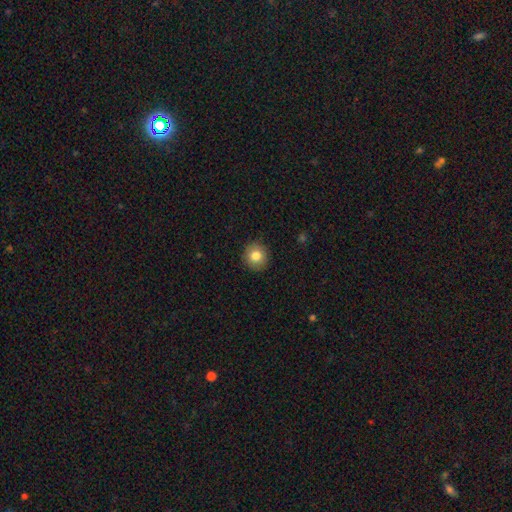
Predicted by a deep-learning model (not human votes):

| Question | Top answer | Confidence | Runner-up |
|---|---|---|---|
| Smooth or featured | smooth | 81% | featured or disk (9%) |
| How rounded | round | 91% | in between (8%) |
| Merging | none | 90% | minor disturbance (7%) |